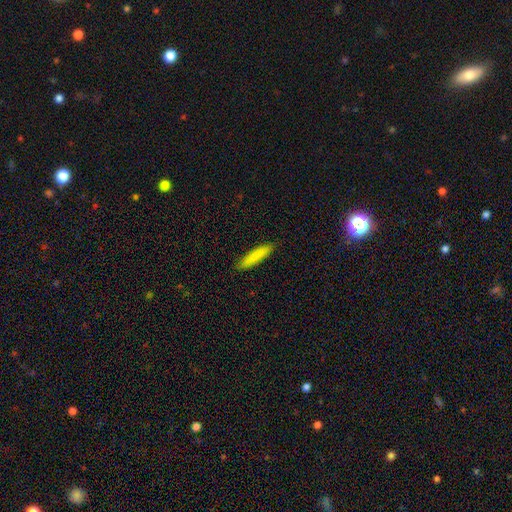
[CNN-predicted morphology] smooth-or-featured: smooth: 85% | featured or disk: 9% | star or artifact: 6%
  how-rounded: cigar-shaped: 86% | in between: 13% | round: 1%
  merging: none: 89% | minor disturbance: 8% | major disturbance: 2% | merger: 1%